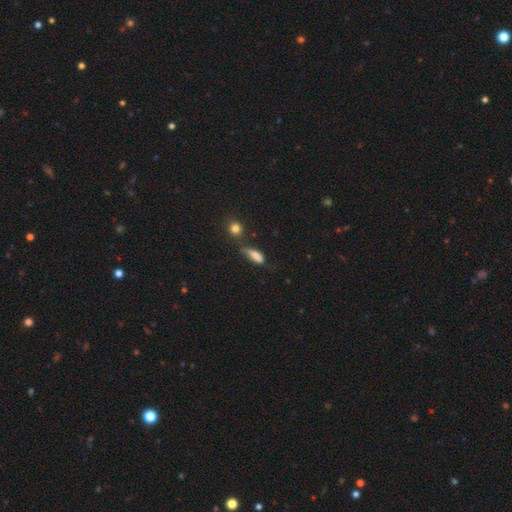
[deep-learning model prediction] This is likely a smooth galaxy (73%). How rounded: likely in between (62%). Merging: marginally none (42%).